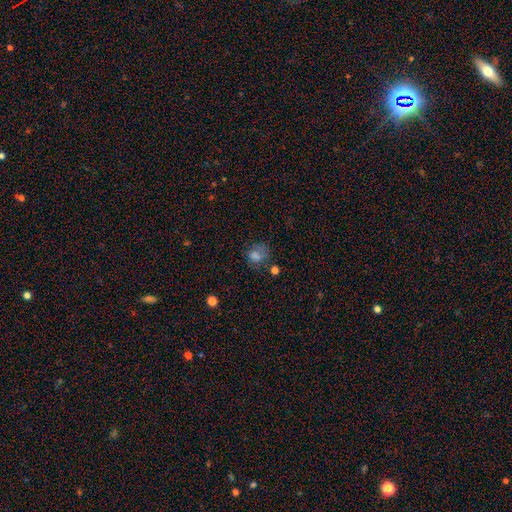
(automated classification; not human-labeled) Smooth or featured?
  - smooth: 66% *
  - star or artifact: 19%
  - featured or disk: 15%
How rounded?
  - round: 59% *
  - in between: 39%
  - cigar-shaped: 1%
Merging?
  - none: 48% *
  - minor disturbance: 25%
  - major disturbance: 21%
  - merger: 6%